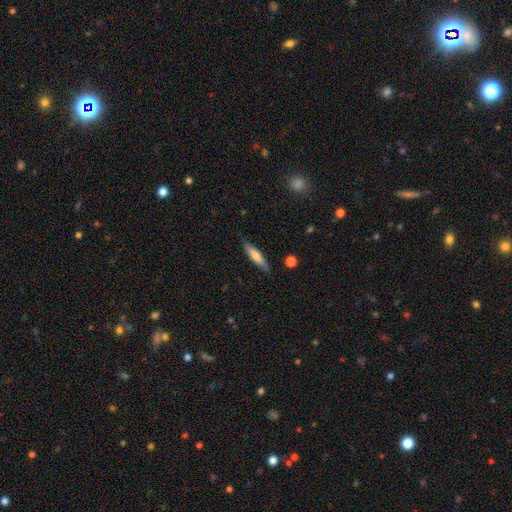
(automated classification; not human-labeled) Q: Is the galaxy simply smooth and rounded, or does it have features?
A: smooth — 60%.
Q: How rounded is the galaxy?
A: cigar-shaped — 83%.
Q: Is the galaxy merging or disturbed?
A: none — 84%.